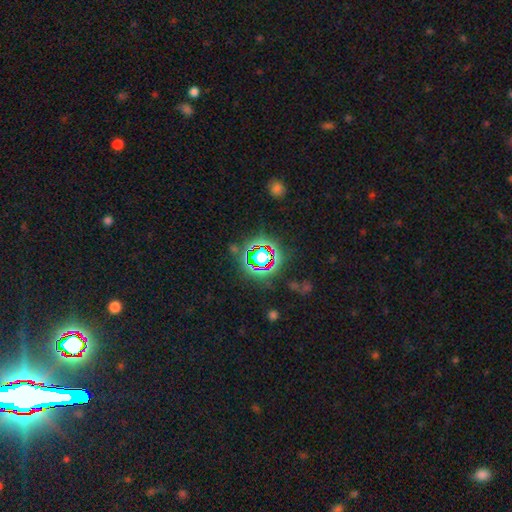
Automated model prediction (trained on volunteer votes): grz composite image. It shows a star or artifact, not a galaxy (71%).